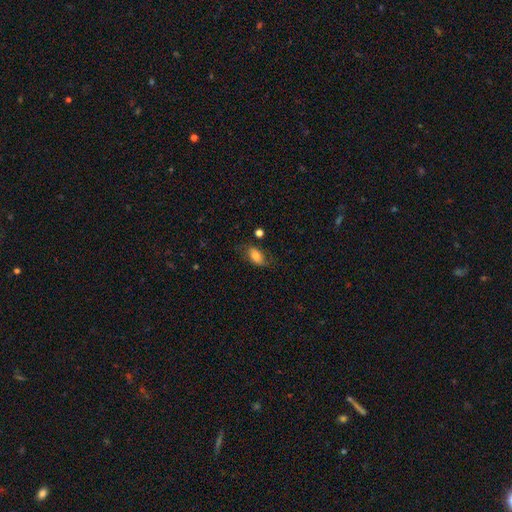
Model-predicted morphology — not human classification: type=smooth (69%); roundness=in between (88%); merging=none (59%).